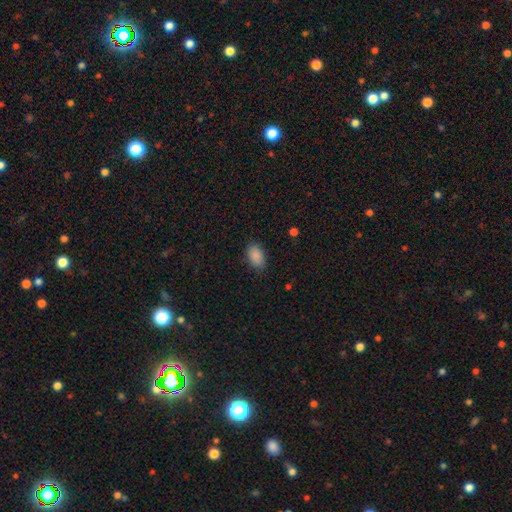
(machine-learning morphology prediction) Q: Smooth or featured?
A: smooth (88%); runner-up: star or artifact (8%)
Q: How rounded?
A: in between (90%); runner-up: round (8%)
Q: Merging?
A: none (82%); runner-up: minor disturbance (14%)